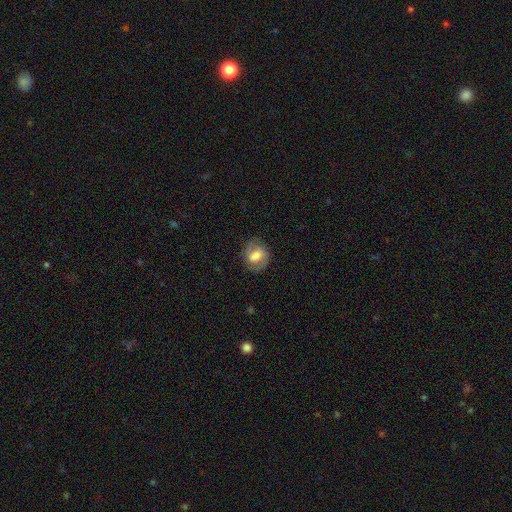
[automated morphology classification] type=smooth (52%); roundness=in between (49%, tied with round); merging=none (74%).